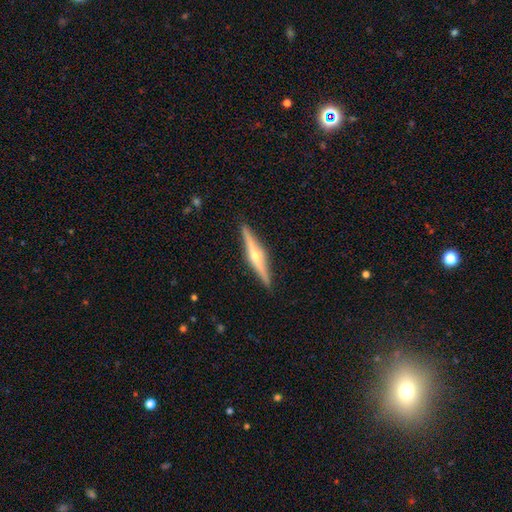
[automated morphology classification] A featured or disk galaxy (78%) viewed edge-on (98%) with a rounded central bulge (92%).

Vote fractions:
- Smooth or featured? featured or disk: 78% / smooth: 16% / star or artifact: 5%
- Edge-on disk? yes: 98% / no: 2%
- Edge-on bulge? rounded: 92% / none: 4% / boxy: 4%
- Merging? none: 91% / minor disturbance: 7% / major disturbance: 1% / merger: 1%